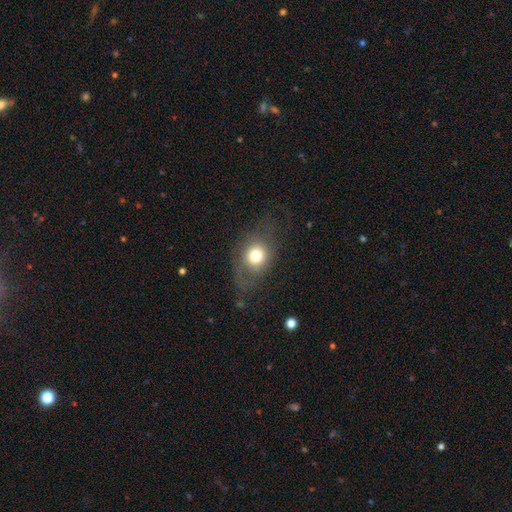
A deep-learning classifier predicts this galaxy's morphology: smooth 70%, featured or disk 19%, star or artifact 11%. Down the decision tree: how rounded — round (57%); merging — none (57%).